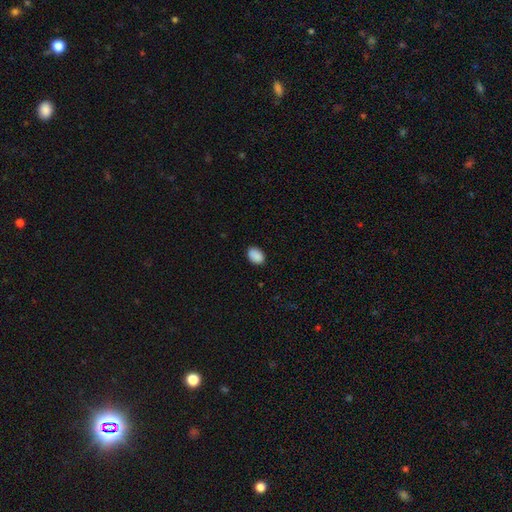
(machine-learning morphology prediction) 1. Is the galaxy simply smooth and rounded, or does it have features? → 89% smooth, 8% star or artifact, 3% featured or disk.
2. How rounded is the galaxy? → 81% in between, 18% round, 1% cigar-shaped.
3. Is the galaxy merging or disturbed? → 84% none, 12% minor disturbance, 2% major disturbance, 1% merger.